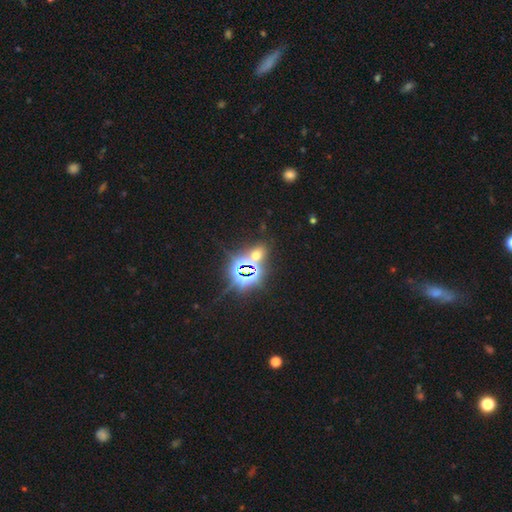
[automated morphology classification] Smooth or featured? star or artifact (59%)